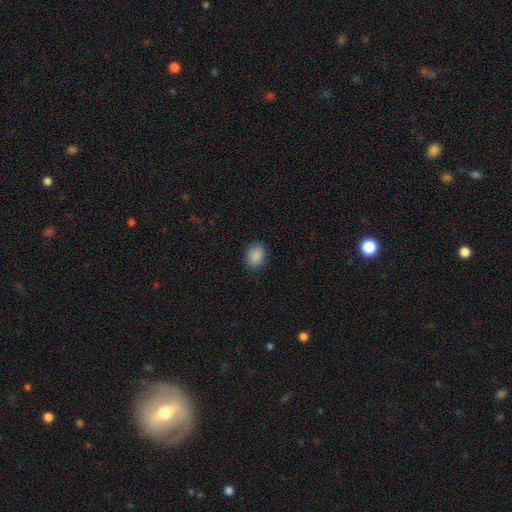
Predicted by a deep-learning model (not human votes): smooth-or-featured: smooth: 89% | star or artifact: 8% | featured or disk: 3%
  how-rounded: in between: 71% | round: 28% | cigar-shaped: 1%
  merging: none: 85% | minor disturbance: 11% | major disturbance: 3% | merger: 1%